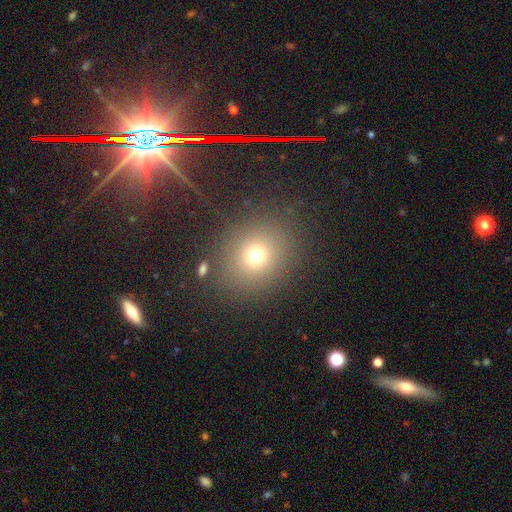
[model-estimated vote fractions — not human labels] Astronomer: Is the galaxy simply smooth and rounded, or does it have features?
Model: smooth — 70%.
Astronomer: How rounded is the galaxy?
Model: round — 78%.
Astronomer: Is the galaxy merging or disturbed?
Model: none — 84%.